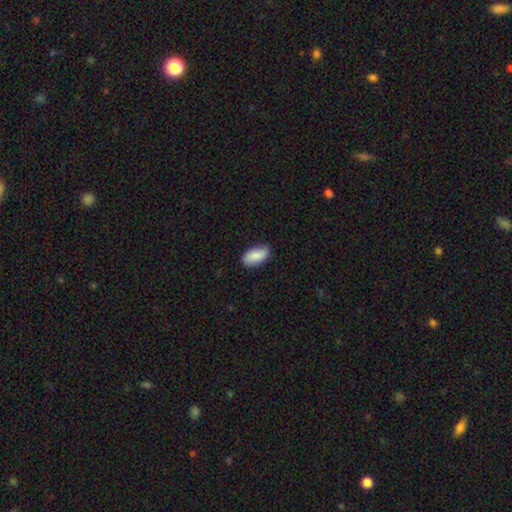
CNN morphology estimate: Smooth or featured: smooth — 84% (featured or disk — 10%)
How rounded: in between — 94% (cigar-shaped — 4%)
Merging: none — 84% (minor disturbance — 12%)